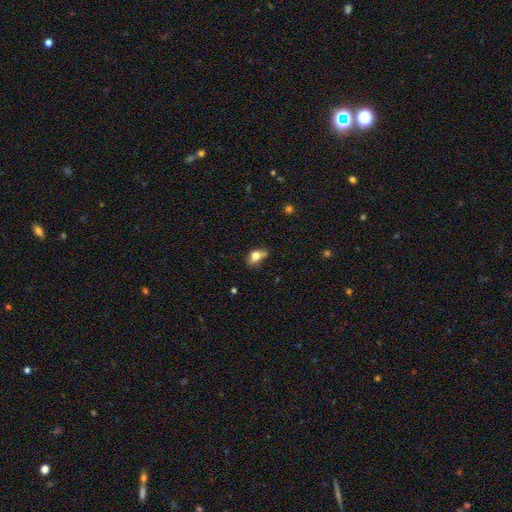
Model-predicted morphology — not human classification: Q: Smooth or featured?
A: smooth (73%); runner-up: featured or disk (17%)
Q: How rounded?
A: in between (74%); runner-up: round (21%)
Q: Merging?
A: none (42%); runner-up: minor disturbance (34%)